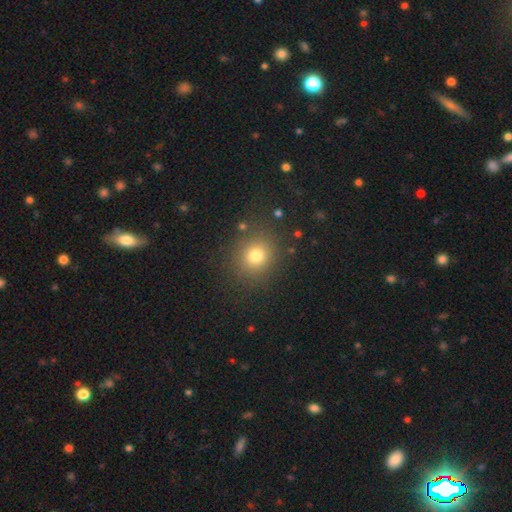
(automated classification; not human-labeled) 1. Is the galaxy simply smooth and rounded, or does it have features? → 76% smooth, 16% star or artifact, 8% featured or disk.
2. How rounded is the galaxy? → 83% round, 16% in between, 1% cigar-shaped.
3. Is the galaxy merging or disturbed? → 86% none, 8% minor disturbance, 4% major disturbance, 2% merger.